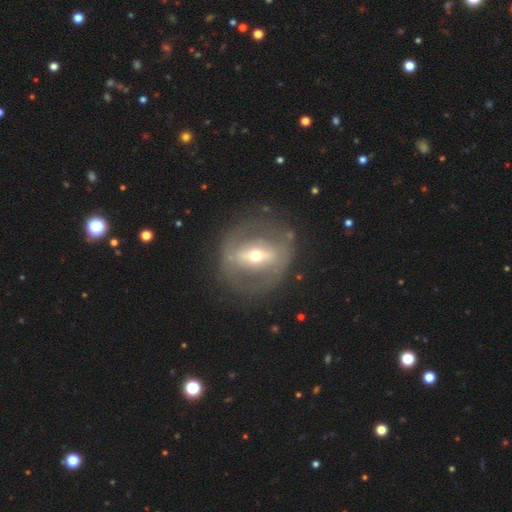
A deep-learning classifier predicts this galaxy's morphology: A featured or disk galaxy (69%) with a strong bar (53%), no spiral arms (70%) and a moderate central bulge (51%). Merging: none (73%).